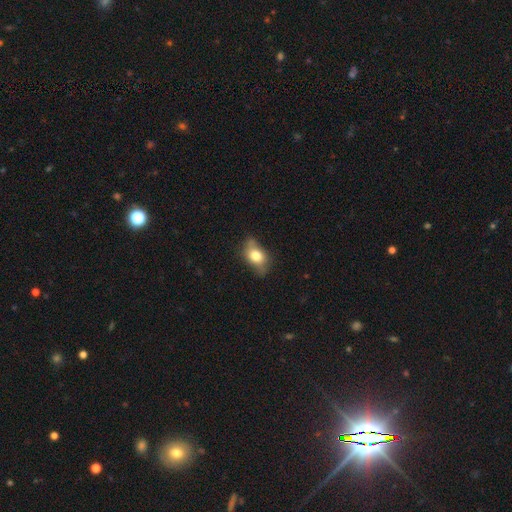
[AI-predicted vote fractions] This appears to be a smooth galaxy with no disk features (70%) that is in between round and cigar-shaped (79%). Merging: none (63%).